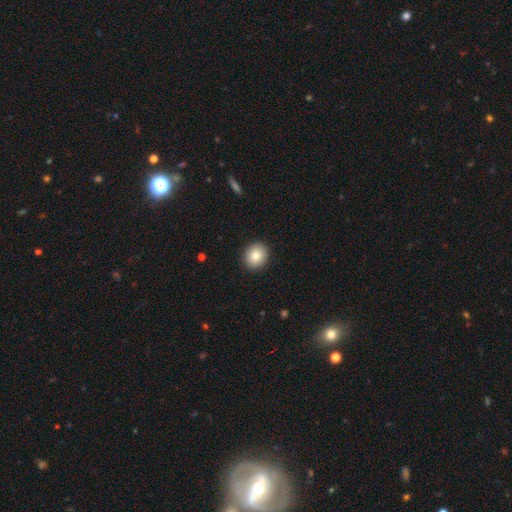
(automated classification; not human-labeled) smooth 82%, featured or disk 9%, star or artifact 9%. Down the decision tree: how rounded — round (76%); merging — none (92%).